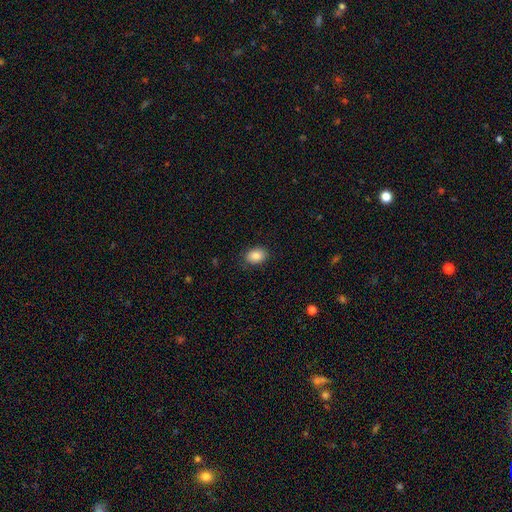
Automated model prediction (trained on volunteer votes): Smooth or featured?
  - smooth: 84% *
  - star or artifact: 9%
  - featured or disk: 7%
How rounded?
  - in between: 72% *
  - round: 27%
  - cigar-shaped: 1%
Merging?
  - none: 85% *
  - minor disturbance: 11%
  - major disturbance: 3%
  - merger: 1%